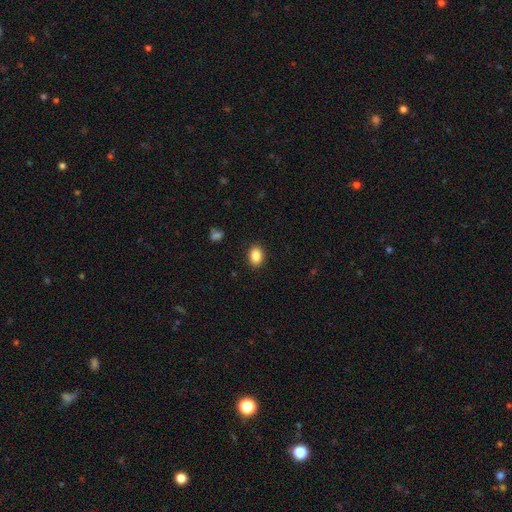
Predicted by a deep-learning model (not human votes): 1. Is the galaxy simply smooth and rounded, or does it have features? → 87% smooth, 8% star or artifact, 4% featured or disk.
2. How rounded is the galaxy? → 71% in between, 28% round, 1% cigar-shaped.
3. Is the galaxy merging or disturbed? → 89% none, 8% minor disturbance, 2% major disturbance, 1% merger.